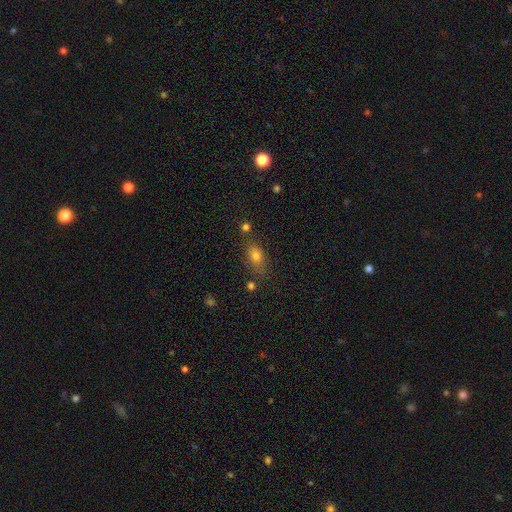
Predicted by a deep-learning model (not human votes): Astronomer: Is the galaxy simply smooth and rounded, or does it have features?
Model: smooth — 74%.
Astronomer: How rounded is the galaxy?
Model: in between — 75%.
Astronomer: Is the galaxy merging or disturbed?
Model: none — 70%.